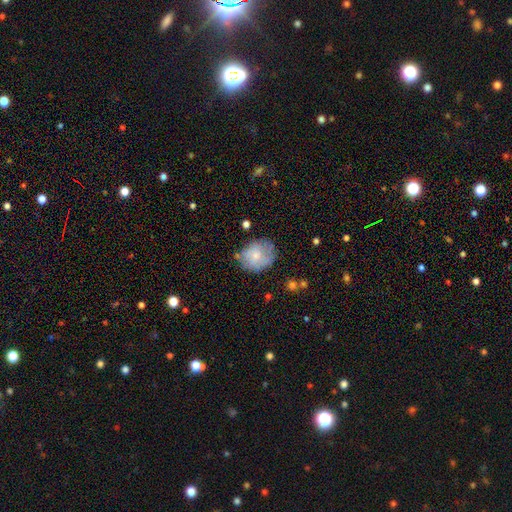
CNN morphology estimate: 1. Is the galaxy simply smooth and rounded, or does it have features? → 65% smooth, 27% featured or disk, 8% star or artifact.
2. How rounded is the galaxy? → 57% round, 42% in between, 1% cigar-shaped.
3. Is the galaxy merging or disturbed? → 60% none, 26% minor disturbance, 9% major disturbance, 4% merger.